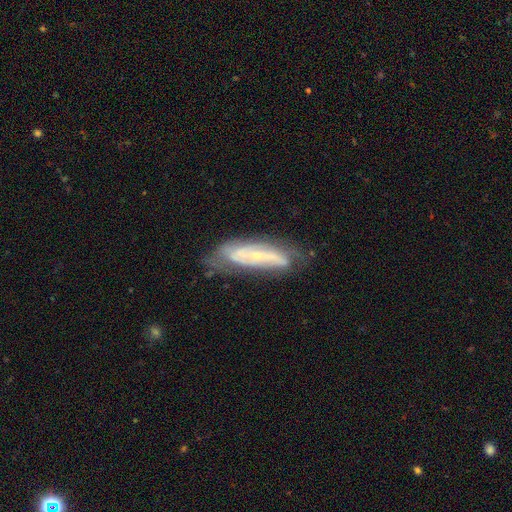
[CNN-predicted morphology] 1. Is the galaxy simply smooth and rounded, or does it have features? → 72% featured or disk, 20% smooth, 7% star or artifact.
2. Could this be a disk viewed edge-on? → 76% no, 24% yes.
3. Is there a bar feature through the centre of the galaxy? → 57% no, 26% weak, 17% strong.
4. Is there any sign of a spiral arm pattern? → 78% yes, 22% no.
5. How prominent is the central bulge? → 75% small, 20% moderate, 2% none, 1% large, 1% dominant.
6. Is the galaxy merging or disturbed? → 63% none, 25% minor disturbance, 10% major disturbance, 3% merger.